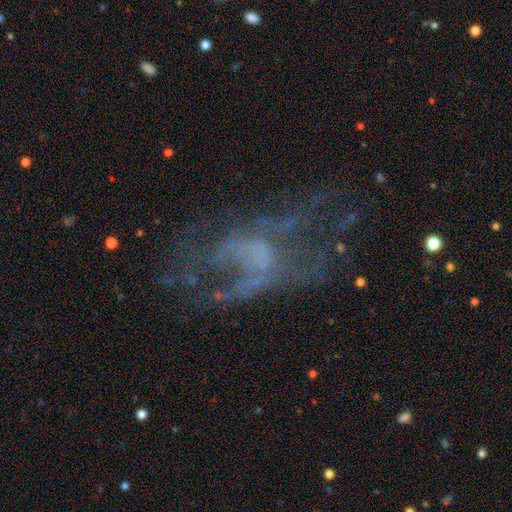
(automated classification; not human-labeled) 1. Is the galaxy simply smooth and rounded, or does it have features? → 64% featured or disk, 20% star or artifact, 16% smooth.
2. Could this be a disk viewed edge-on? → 95% no, 5% yes.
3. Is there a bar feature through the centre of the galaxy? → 76% no, 19% weak, 5% strong.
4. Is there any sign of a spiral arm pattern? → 62% no, 38% yes.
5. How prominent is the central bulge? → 64% none, 19% small, 11% moderate, 4% large, 1% dominant.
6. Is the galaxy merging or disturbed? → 40% major disturbance, 39% none, 15% minor disturbance, 5% merger.